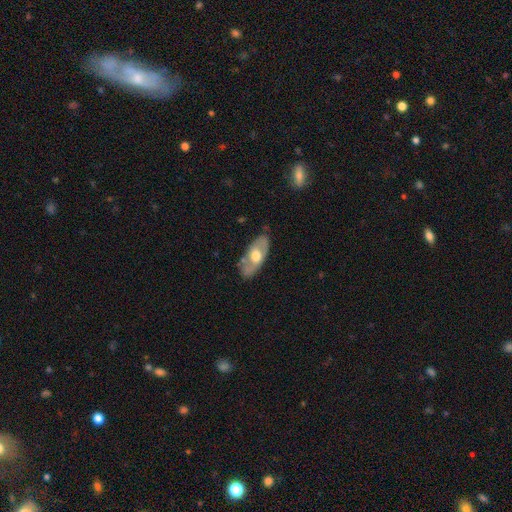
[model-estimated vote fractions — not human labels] Smooth or featured? featured or disk (49%)
Merging? none (76%)